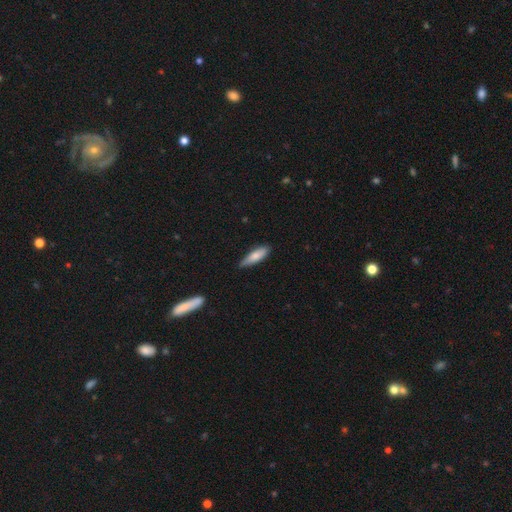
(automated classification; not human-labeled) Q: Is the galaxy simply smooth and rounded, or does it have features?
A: smooth — 77%.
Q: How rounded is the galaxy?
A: cigar-shaped — 56%.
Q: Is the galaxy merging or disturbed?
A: none — 76%.